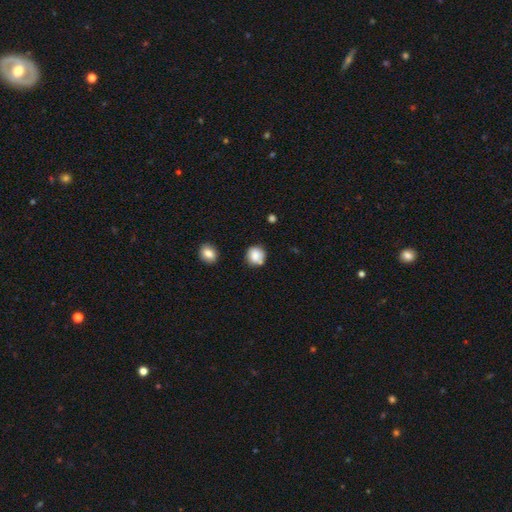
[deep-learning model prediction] Smooth or featured? Predicted: smooth (p=0.84). How rounded? Predicted: round (p=0.87). Merging? Predicted: none (p=0.72).